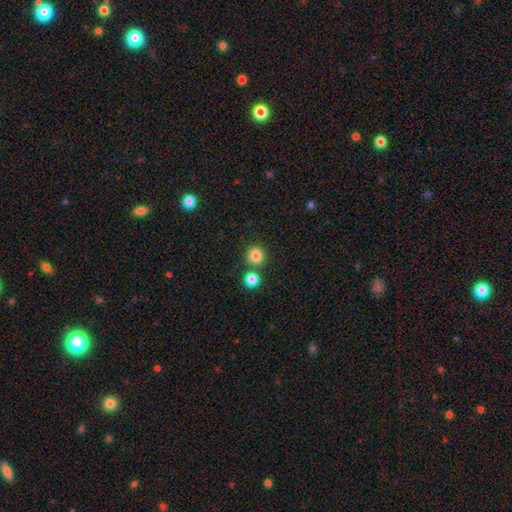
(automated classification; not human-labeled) Q: Smooth or featured?
A: smooth (83%); runner-up: star or artifact (12%)
Q: How rounded?
A: round (92%); runner-up: in between (8%)
Q: Merging?
A: none (77%); runner-up: merger (14%)